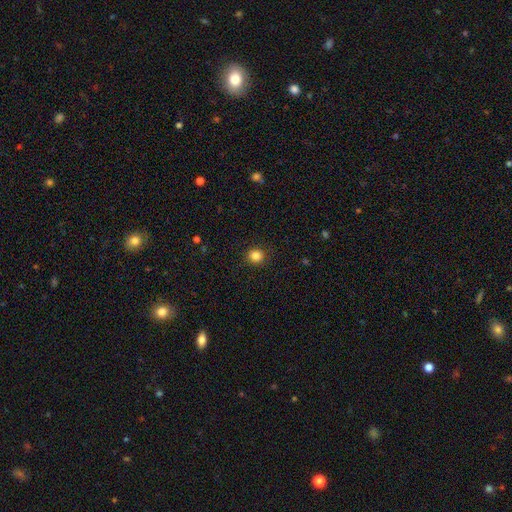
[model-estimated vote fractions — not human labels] A smooth galaxy with no disk features (85%) that is round (89%). Merging: none (91%).